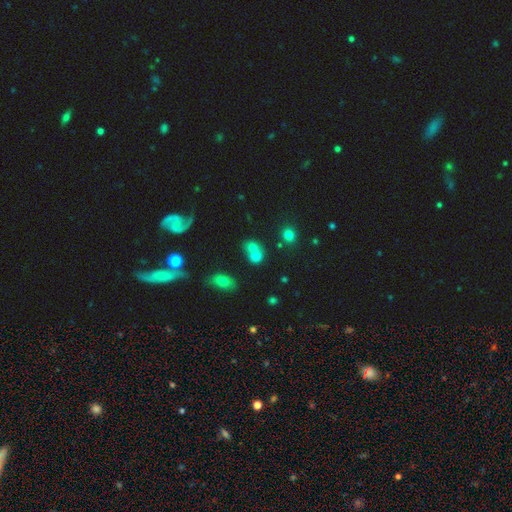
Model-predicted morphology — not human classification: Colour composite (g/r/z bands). It shows a smooth galaxy with no disk features (68%) that is round (61%). Merging: merger (58%).